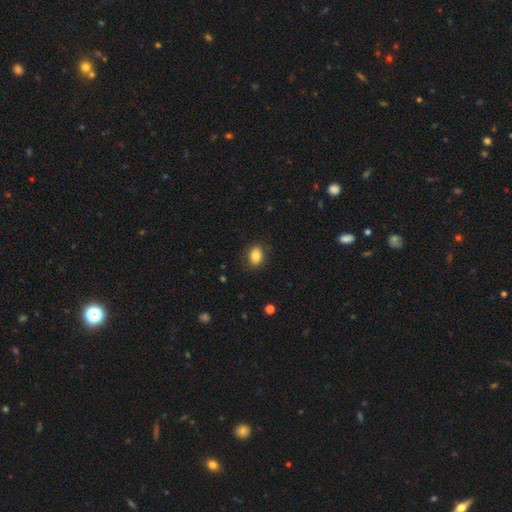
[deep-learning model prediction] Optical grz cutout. It shows a smooth galaxy with no disk features (83%) that is in between round and cigar-shaped (74%). Merging: none (84%).